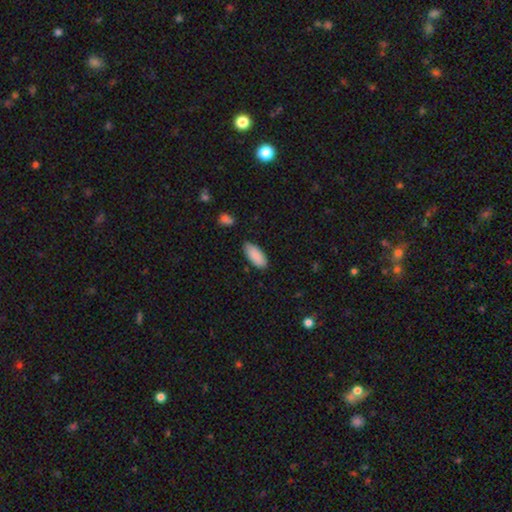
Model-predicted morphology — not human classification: type=smooth (89%); roundness=in between (86%); merging=none (76%).